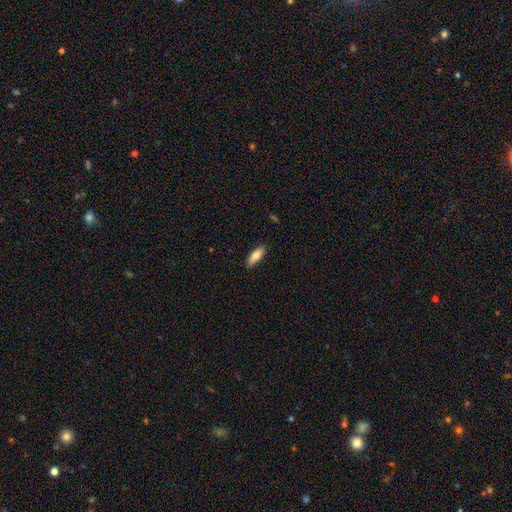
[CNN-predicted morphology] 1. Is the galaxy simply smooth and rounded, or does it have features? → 77% smooth, 17% featured or disk, 6% star or artifact.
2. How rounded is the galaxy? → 60% in between, 38% cigar-shaped, 2% round.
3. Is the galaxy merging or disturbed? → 88% none, 9% minor disturbance, 2% major disturbance, 1% merger.